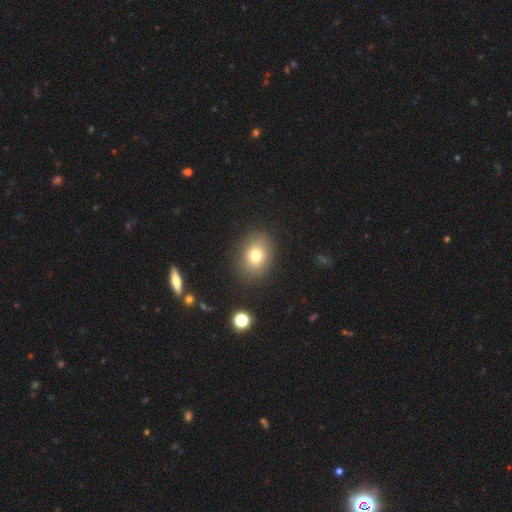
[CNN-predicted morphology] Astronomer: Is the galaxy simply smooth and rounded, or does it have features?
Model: smooth — 77%.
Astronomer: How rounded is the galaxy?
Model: in between — 59% (runner-up: round, 40%).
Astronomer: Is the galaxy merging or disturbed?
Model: none — 86%.